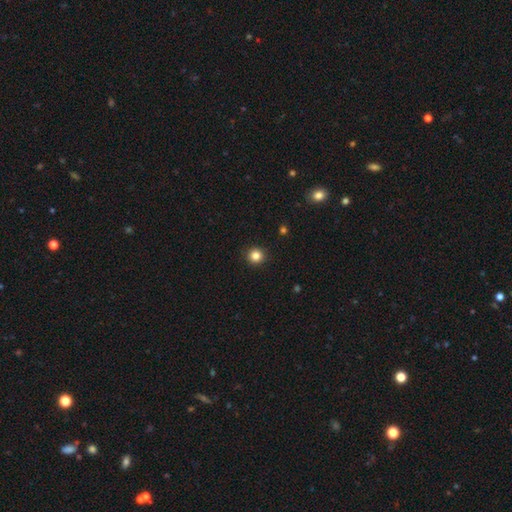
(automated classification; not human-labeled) Smooth or featured?
  - smooth: 83% *
  - star or artifact: 12%
  - featured or disk: 5%
How rounded?
  - round: 94% *
  - in between: 5%
  - cigar-shaped: 1%
Merging?
  - none: 93% *
  - minor disturbance: 5%
  - major disturbance: 2%
  - merger: 1%